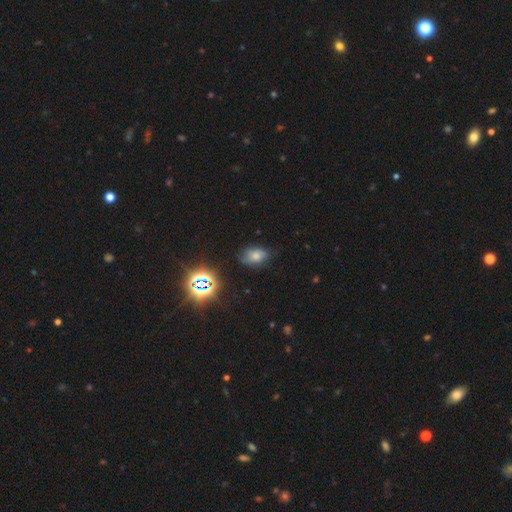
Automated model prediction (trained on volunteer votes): This appears to be a smooth galaxy with no disk features (61%) that is in between round and cigar-shaped (82%). Merging: none (68%).